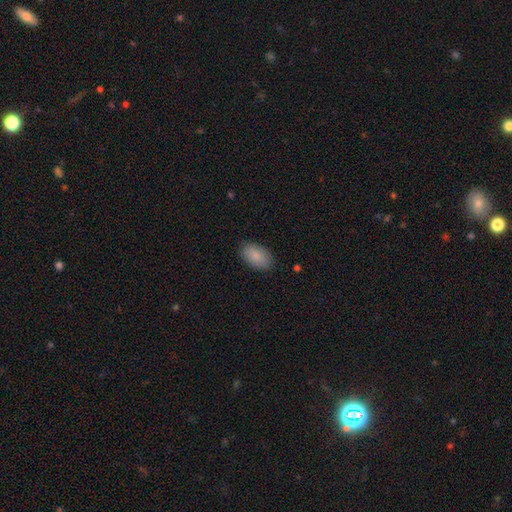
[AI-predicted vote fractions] A smooth galaxy with no disk features (87%) that is in between round and cigar-shaped (93%). Merging: none (85%).